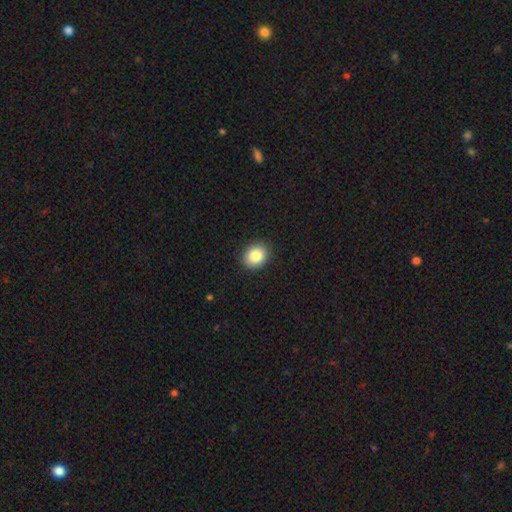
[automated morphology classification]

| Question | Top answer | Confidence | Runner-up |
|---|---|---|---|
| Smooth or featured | smooth | 85% | star or artifact (9%) |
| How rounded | round | 50% | in between (49%) |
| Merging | none | 90% | minor disturbance (7%) |